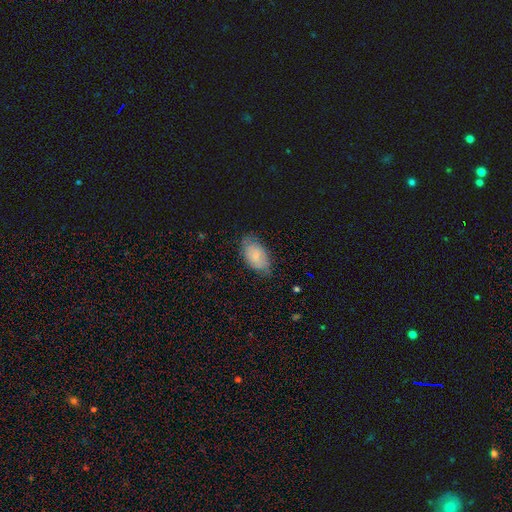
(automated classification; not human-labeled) A smooth galaxy with no disk features (64%) that is in between round and cigar-shaped (93%).

Vote fractions:
- Smooth or featured? smooth: 64% / featured or disk: 28% / star or artifact: 8%
- How rounded? in between: 93% / round: 5% / cigar-shaped: 2%
- Merging? none: 69% / minor disturbance: 24% / major disturbance: 6% / merger: 1%